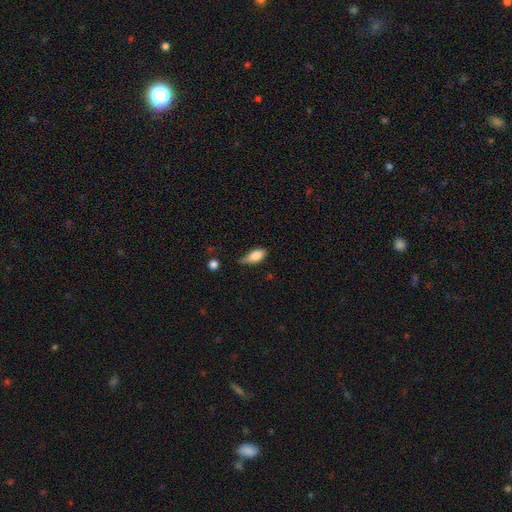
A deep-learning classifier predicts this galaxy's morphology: Q: Smooth or featured?
A: smooth (79%); runner-up: featured or disk (13%)
Q: How rounded?
A: in between (85%); runner-up: cigar-shaped (10%)
Q: Merging?
A: minor disturbance (47%); runner-up: none (35%)